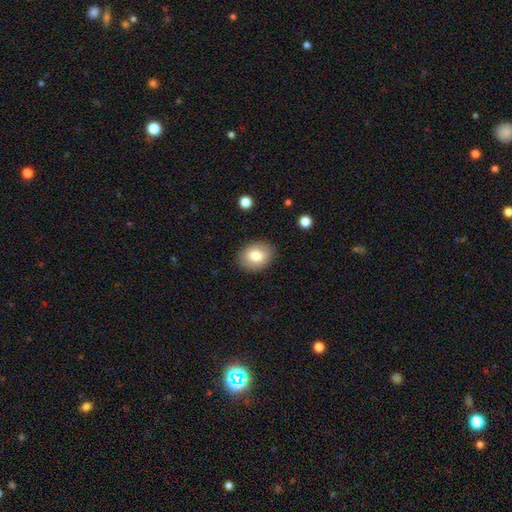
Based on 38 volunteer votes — Overall: smooth (89%). How rounded: in between (56%; round 44%). Merging: none (89%).